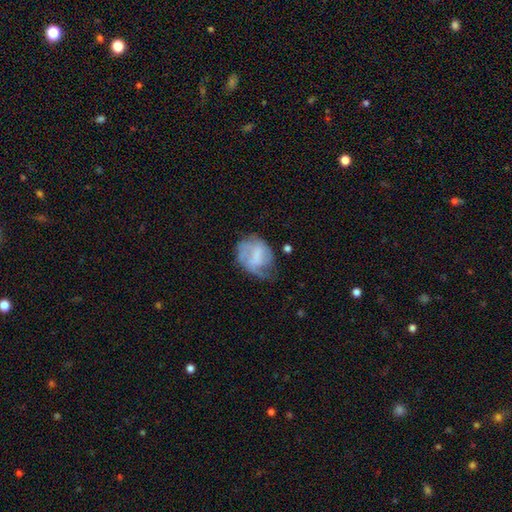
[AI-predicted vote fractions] Smooth or featured? Predicted: smooth (p=0.48). Merging? Predicted: none (p=0.35).